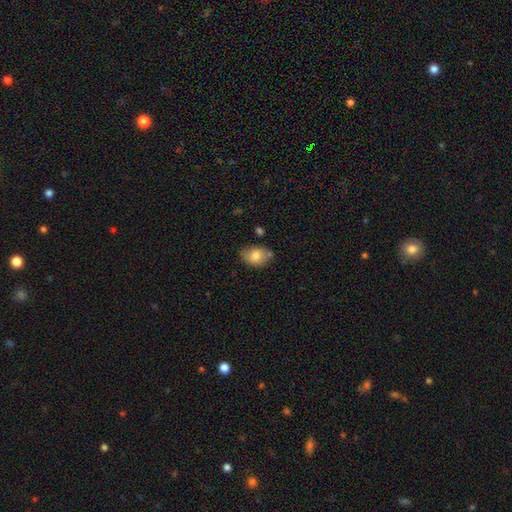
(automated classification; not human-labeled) A smooth galaxy with no disk features (78%) that is in between round and cigar-shaped (76%).

Vote fractions:
- Smooth or featured? smooth: 78% / featured or disk: 14% / star or artifact: 8%
- How rounded? in between: 76% / round: 23% / cigar-shaped: 1%
- Merging? none: 66% / minor disturbance: 22% / merger: 8% / major disturbance: 4%